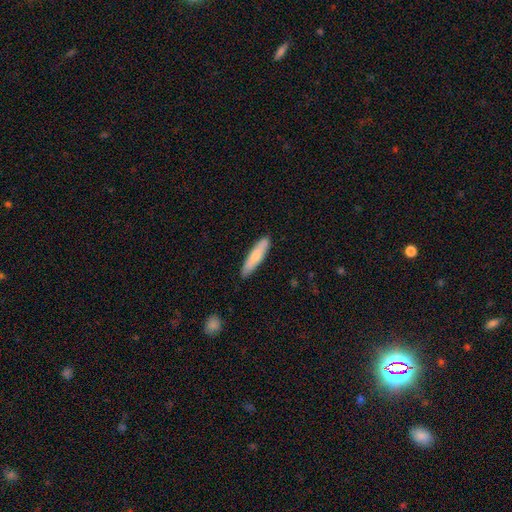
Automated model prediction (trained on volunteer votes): smooth 75%, featured or disk 20%, star or artifact 5%. Down the decision tree: how rounded — cigar-shaped (82%); merging — none (88%).